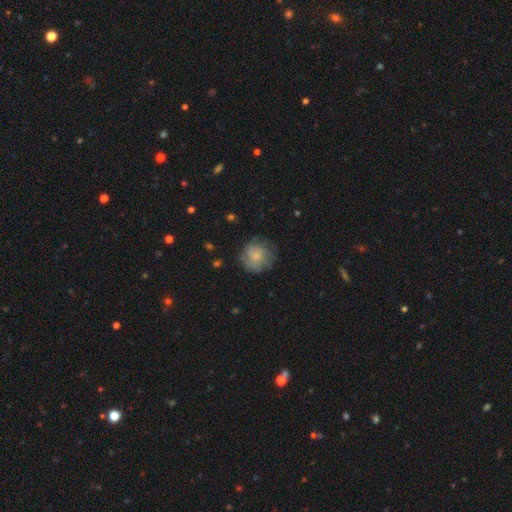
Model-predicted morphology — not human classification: Smooth or featured? Predicted: smooth (p=0.54). How rounded? Predicted: round (p=0.89). Merging? Predicted: none (p=0.69).